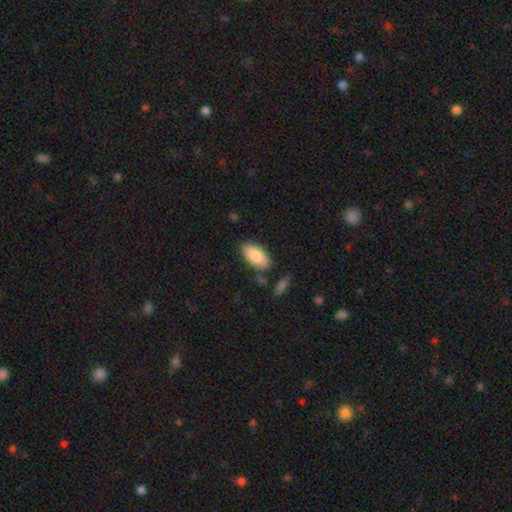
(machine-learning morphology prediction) smooth 84%, featured or disk 10%, star or artifact 6%. Down the decision tree: how rounded — in between (94%); merging — none (75%).